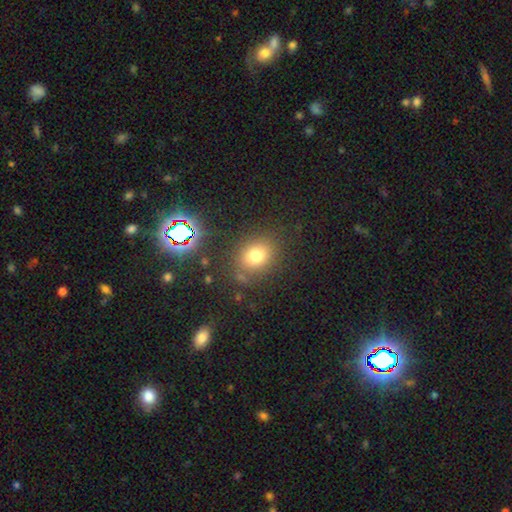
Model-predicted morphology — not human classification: Smooth or featured?
  - smooth: 74% *
  - star or artifact: 18%
  - featured or disk: 9%
How rounded?
  - round: 59% *
  - in between: 40%
  - cigar-shaped: 1%
Merging?
  - none: 79% *
  - minor disturbance: 12%
  - major disturbance: 5%
  - merger: 4%